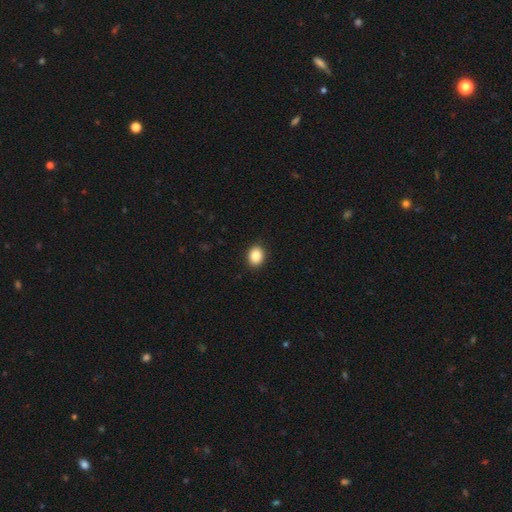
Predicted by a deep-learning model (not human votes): This is clearly a smooth galaxy (89%). How rounded: possibly in between (57%). Merging: clearly none (90%).